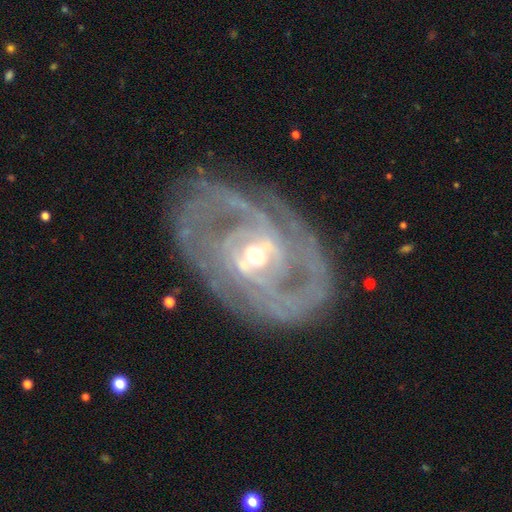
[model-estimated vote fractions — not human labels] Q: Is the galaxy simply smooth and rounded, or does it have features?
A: featured or disk — 90%.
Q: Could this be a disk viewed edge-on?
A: no — 95%.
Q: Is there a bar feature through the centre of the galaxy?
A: weak — 44%.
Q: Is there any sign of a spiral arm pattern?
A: yes — 94%.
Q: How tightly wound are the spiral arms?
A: tight — 57%.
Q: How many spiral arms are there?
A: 2 — 52%.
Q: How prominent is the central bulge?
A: moderate — 57%.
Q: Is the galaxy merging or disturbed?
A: none — 76%.